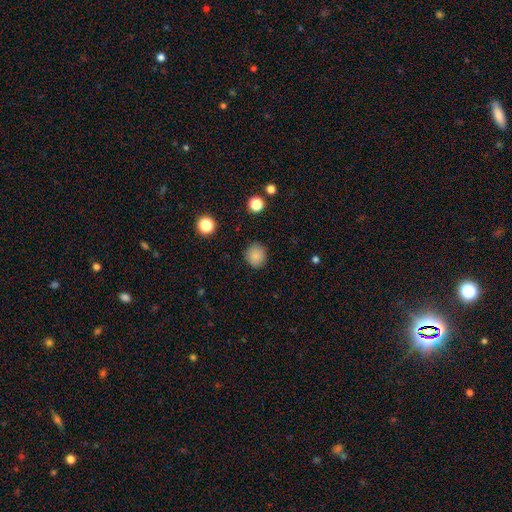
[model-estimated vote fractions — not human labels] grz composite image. It shows a smooth galaxy with no disk features (86%) that is round (88%). Merging: none (87%).